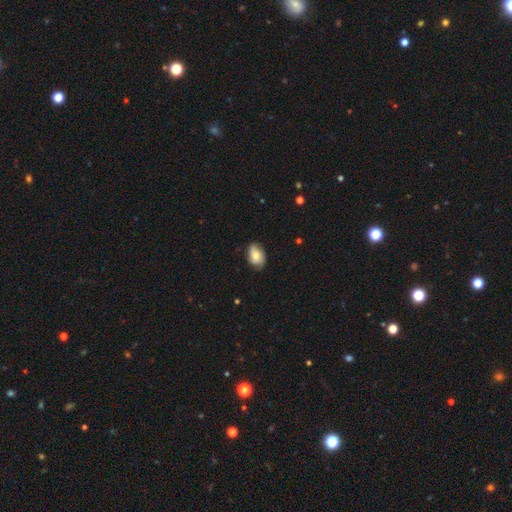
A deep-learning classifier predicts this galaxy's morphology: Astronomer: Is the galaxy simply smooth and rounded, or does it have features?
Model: smooth — 67%.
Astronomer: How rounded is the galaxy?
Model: in between — 85%.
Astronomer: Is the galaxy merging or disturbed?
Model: none — 67%.